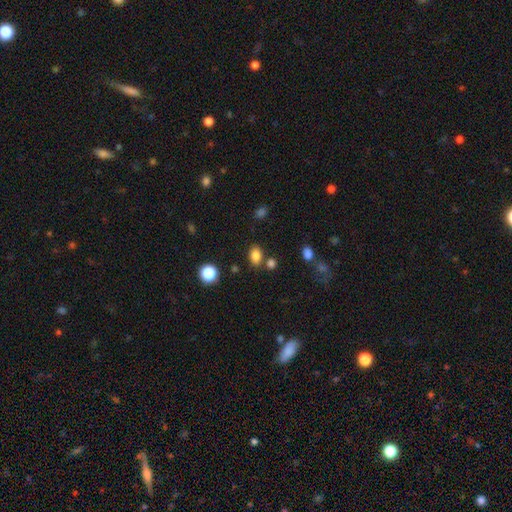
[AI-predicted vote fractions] A smooth galaxy with no disk features (83%) that is in between round and cigar-shaped (77%). Merging: none (75%).